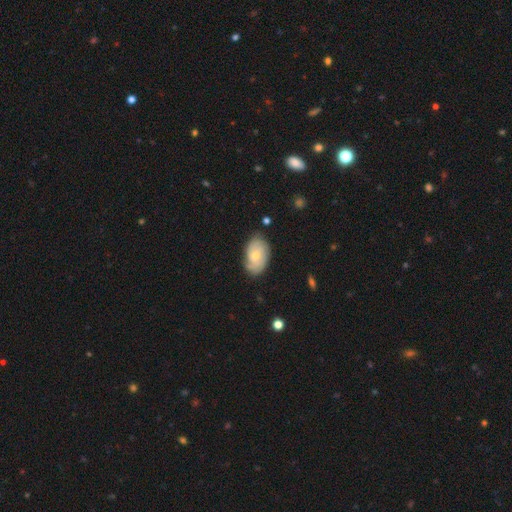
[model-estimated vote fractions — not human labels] Smooth or featured? Predicted: featured or disk (p=0.55). Edge-on disk? Predicted: no (p=0.95). Bar? Predicted: no (p=0.70). Spiral arms? Predicted: yes (p=0.84). Bulge size? Predicted: small (p=0.56). Merging? Predicted: none (p=0.73).